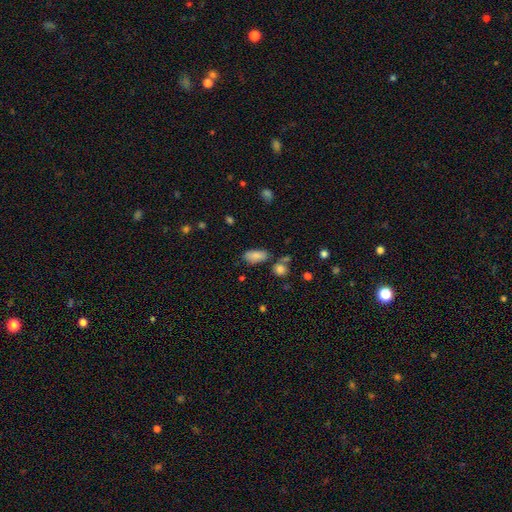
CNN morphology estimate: A smooth galaxy with no disk features (84%) that is in between round and cigar-shaped (91%). Merging: none (73%).